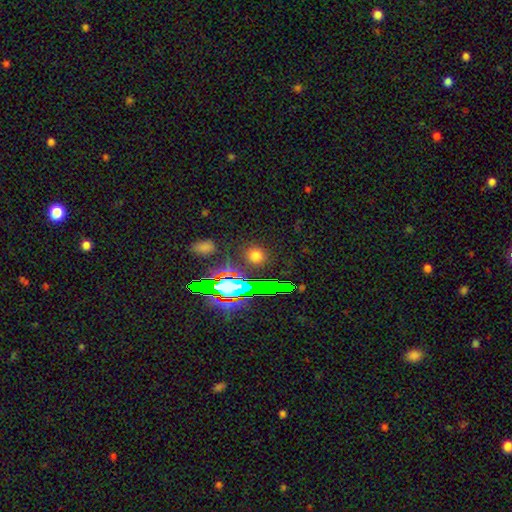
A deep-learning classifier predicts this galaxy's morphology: Smooth or featured?
  - smooth: 64% *
  - star or artifact: 29%
  - featured or disk: 6%
How rounded?
  - round: 85% *
  - in between: 13%
  - cigar-shaped: 2%
Merging?
  - none: 88% *
  - minor disturbance: 7%
  - major disturbance: 3%
  - merger: 2%